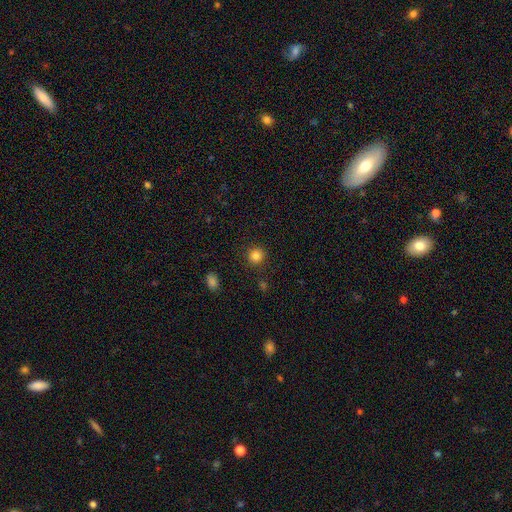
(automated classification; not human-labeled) Morphology: type=smooth (84%); roundness=round (92%); merging=none (90%).